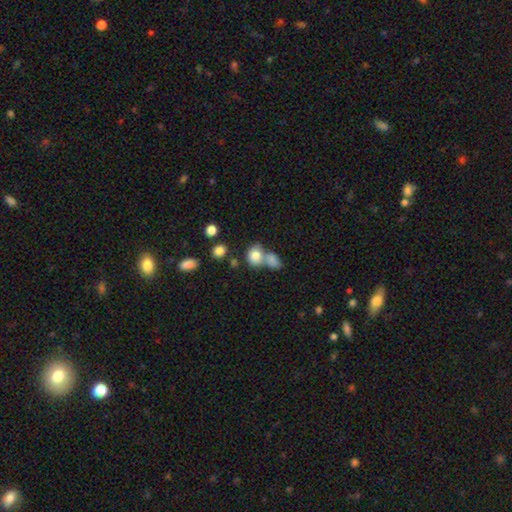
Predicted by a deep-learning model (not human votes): Smooth or featured: smooth — 80% (star or artifact — 10%)
How rounded: round — 53% (in between — 46%)
Merging: merger — 45% (none — 41%)